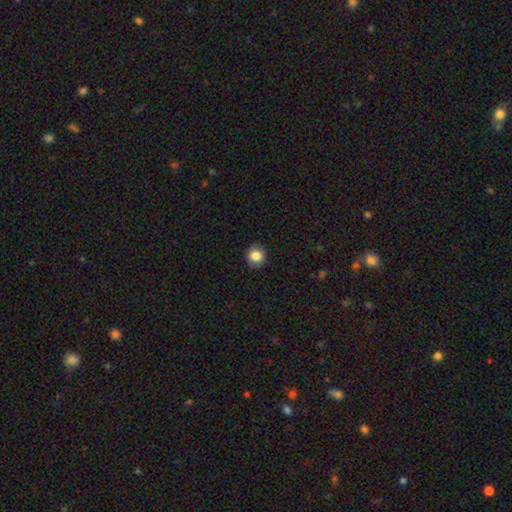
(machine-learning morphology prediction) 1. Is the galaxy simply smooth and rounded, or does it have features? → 84% smooth, 9% star or artifact, 6% featured or disk.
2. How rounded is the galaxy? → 86% round, 13% in between, 1% cigar-shaped.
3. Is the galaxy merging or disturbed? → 87% none, 9% minor disturbance, 2% major disturbance, 1% merger.